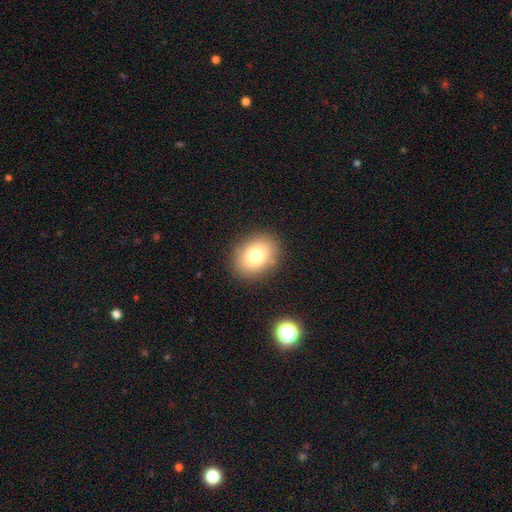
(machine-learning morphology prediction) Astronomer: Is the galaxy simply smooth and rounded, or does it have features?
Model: smooth — 78%.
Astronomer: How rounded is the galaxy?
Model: in between — 60% (runner-up: round, 39%).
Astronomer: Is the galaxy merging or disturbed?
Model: none — 86%.